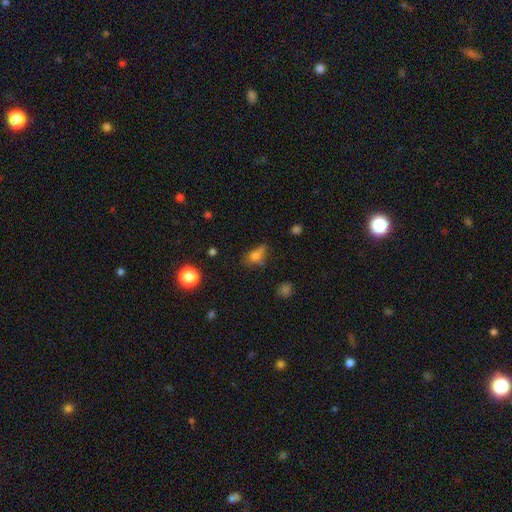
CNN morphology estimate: Smooth or featured?
  - smooth: 68% *
  - star or artifact: 16%
  - featured or disk: 16%
How rounded?
  - in between: 66% *
  - round: 26%
  - cigar-shaped: 8%
Merging?
  - none: 45% *
  - minor disturbance: 28%
  - major disturbance: 15%
  - merger: 12%